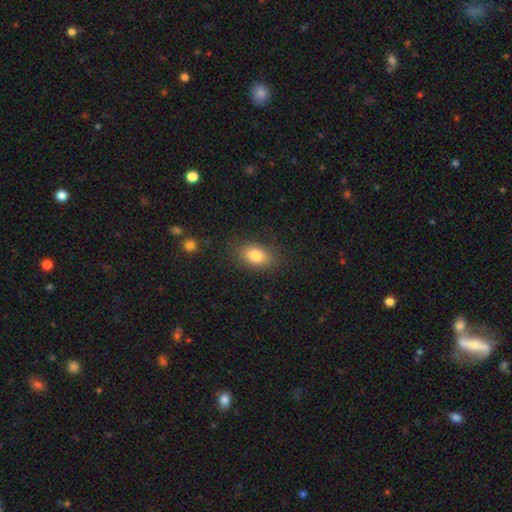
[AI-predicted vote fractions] smooth_or_featured: smooth (p=0.80) [alt: featured or disk p=0.10]
how_rounded: in between (p=0.85) [alt: round p=0.12]
merging: none (p=0.83) [alt: minor disturbance p=0.12]